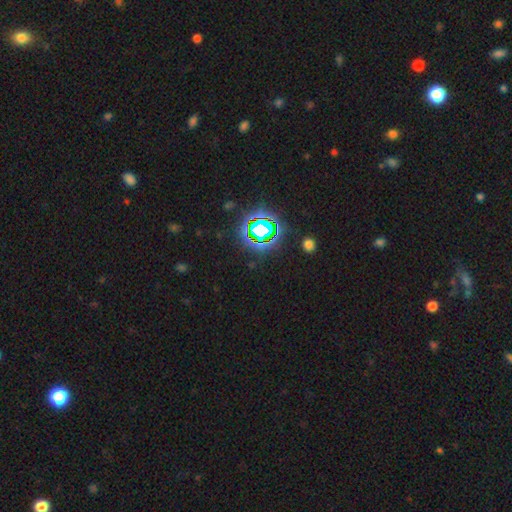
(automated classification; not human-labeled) smooth_or_featured: star or artifact (p=0.80) [alt: smooth p=0.13]